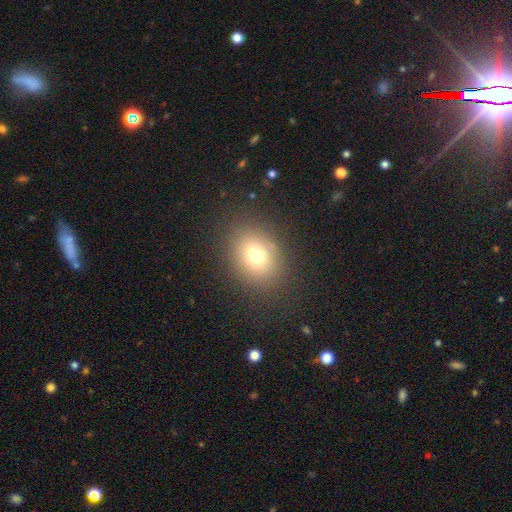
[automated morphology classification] smooth-or-featured: smooth: 74% | star or artifact: 15% | featured or disk: 11%
  how-rounded: in between: 50% | round: 49% | cigar-shaped: 1%
  merging: none: 85% | minor disturbance: 9% | major disturbance: 5% | merger: 1%